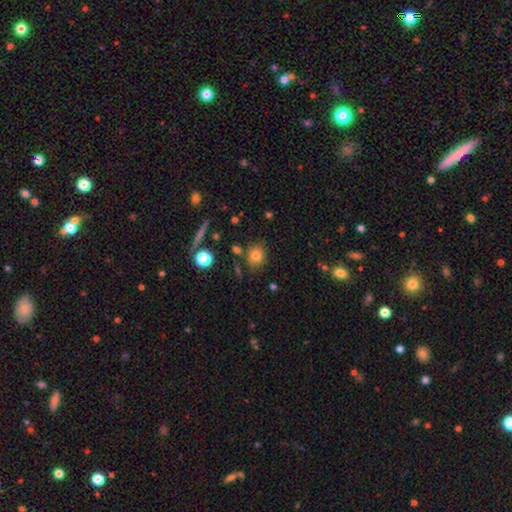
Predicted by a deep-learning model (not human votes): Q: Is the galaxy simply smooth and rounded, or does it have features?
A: smooth — 78%.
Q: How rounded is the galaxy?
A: round — 73%.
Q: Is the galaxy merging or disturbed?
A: none — 79%.